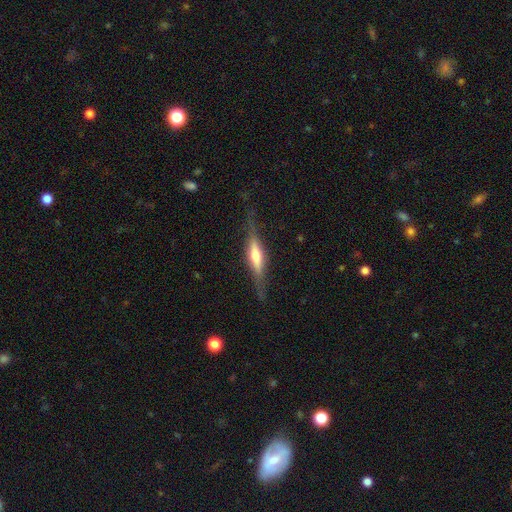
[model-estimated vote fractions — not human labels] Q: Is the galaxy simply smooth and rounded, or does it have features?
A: featured or disk — 67%.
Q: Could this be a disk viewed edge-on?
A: yes — 95%.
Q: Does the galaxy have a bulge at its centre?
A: rounded — 74%.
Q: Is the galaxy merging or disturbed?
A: none — 78%.